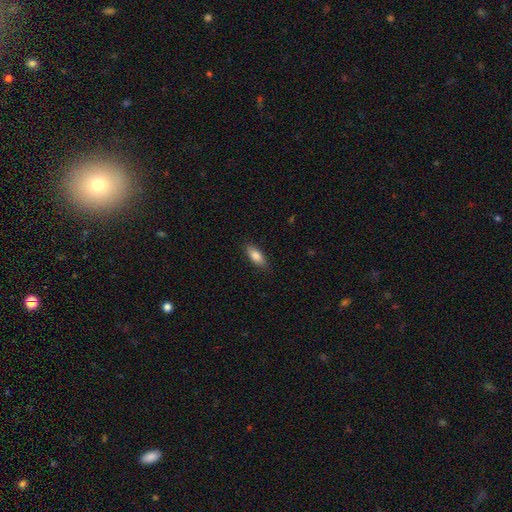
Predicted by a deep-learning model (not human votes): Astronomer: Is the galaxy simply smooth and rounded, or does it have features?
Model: smooth — 83%.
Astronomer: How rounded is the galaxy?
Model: in between — 75%.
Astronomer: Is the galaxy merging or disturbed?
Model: none — 87%.